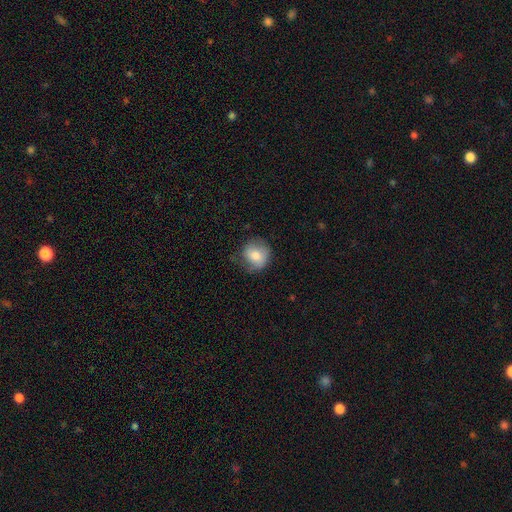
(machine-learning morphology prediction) Smooth or featured?
  - smooth: 72% *
  - featured or disk: 20%
  - star or artifact: 8%
How rounded?
  - round: 81% *
  - in between: 18%
  - cigar-shaped: 1%
Merging?
  - none: 64% *
  - minor disturbance: 26%
  - major disturbance: 9%
  - merger: 1%